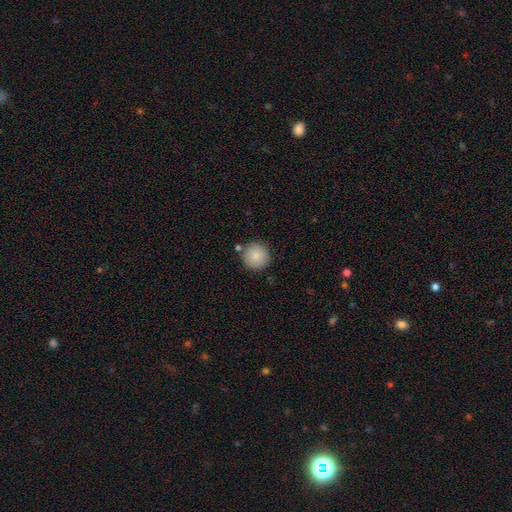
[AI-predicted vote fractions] The model was most divided on "merging": none: 85%, minor disturbance: 8%, merger: 5%, major disturbance: 2%. More confident: how rounded — round (96%); smooth or featured — smooth (87%).